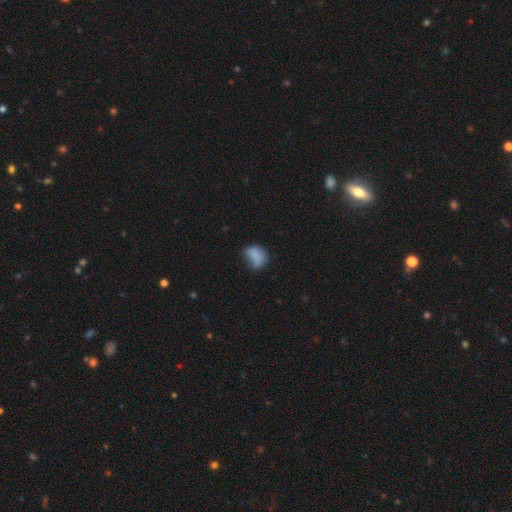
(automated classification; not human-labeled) This is likely a smooth galaxy (79%). How rounded: likely in between (71%). Merging: marginally none (38%).